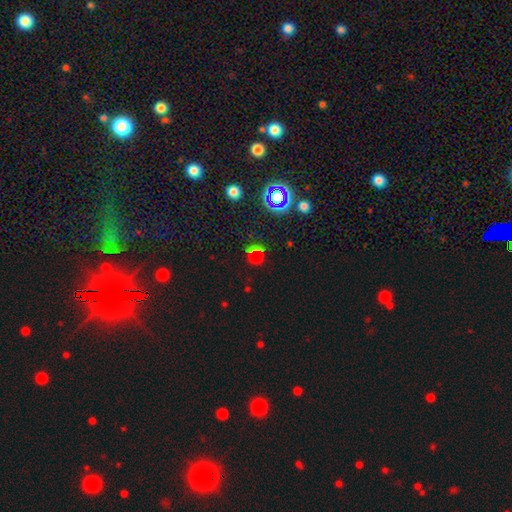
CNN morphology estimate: smooth_or_featured: star or artifact (p=0.49) [alt: smooth p=0.43]